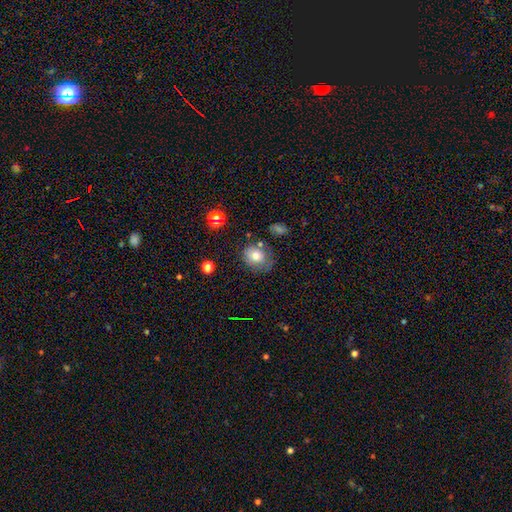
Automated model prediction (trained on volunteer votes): Smooth or featured? Predicted: smooth (p=0.73). How rounded? Predicted: round (p=0.59). Merging? Predicted: none (p=0.62).